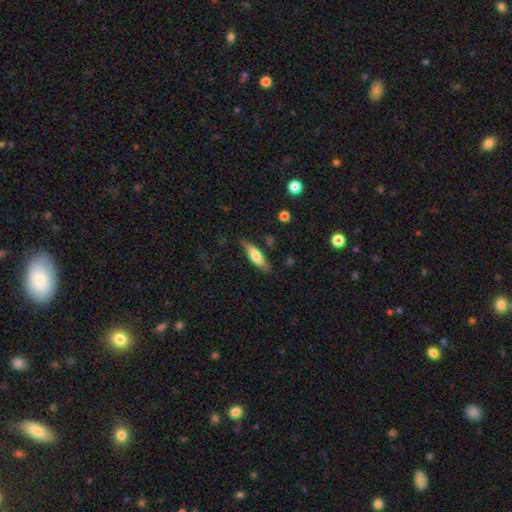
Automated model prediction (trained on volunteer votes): smooth-or-featured: smooth: 55% | featured or disk: 39% | star or artifact: 6%
  how-rounded: cigar-shaped: 60% | in between: 37% | round: 2%
  merging: none: 77% | minor disturbance: 17% | major disturbance: 4% | merger: 2%